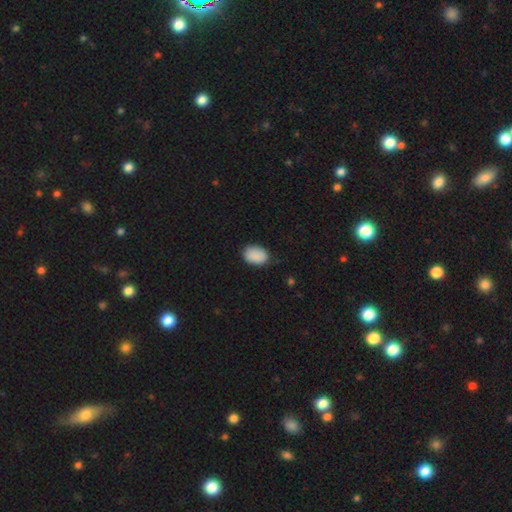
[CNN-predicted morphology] smooth_or_featured: smooth (p=0.90) [alt: star or artifact p=0.07]
how_rounded: in between (p=0.84) [alt: round p=0.15]
merging: none (p=0.83) [alt: minor disturbance p=0.14]